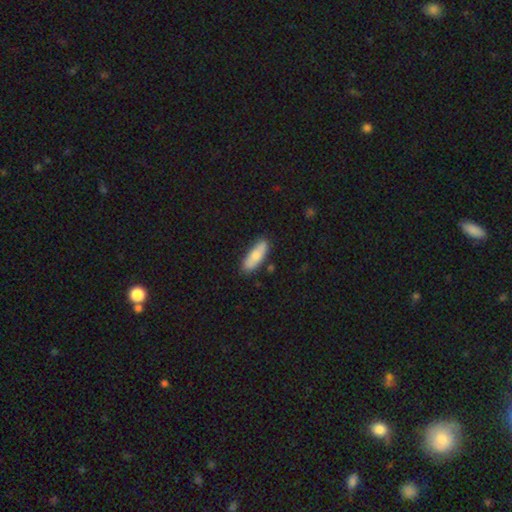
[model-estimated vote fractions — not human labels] smooth_or_featured: smooth (p=0.72) [alt: featured or disk p=0.22]
how_rounded: in between (p=0.62) [alt: cigar-shaped p=0.36]
merging: none (p=0.81) [alt: minor disturbance p=0.13]